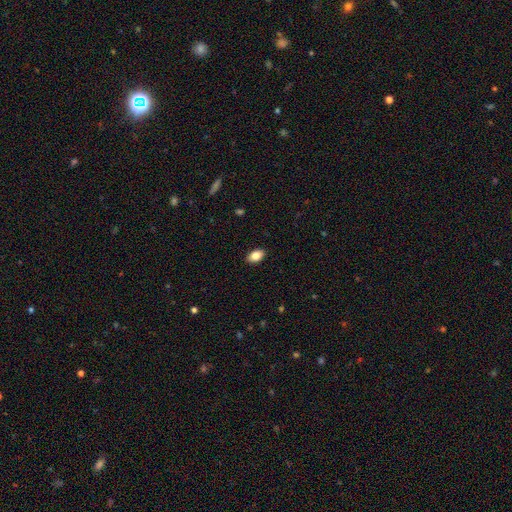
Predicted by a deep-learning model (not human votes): Smooth or featured? smooth (85%)
How rounded? in between (89%)
Merging? none (90%)